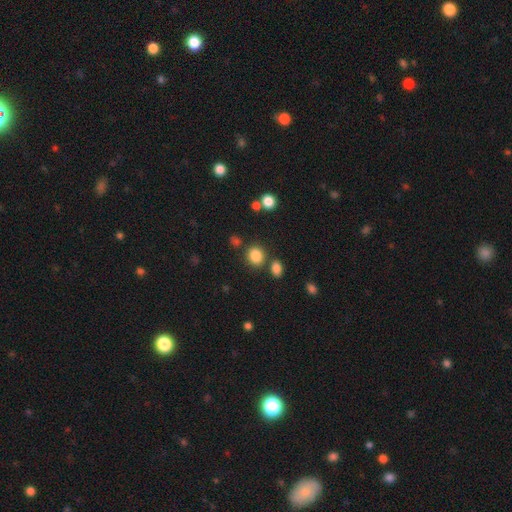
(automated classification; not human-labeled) Smooth or featured? smooth (84%)
How rounded? round (78%)
Merging? none (77%)